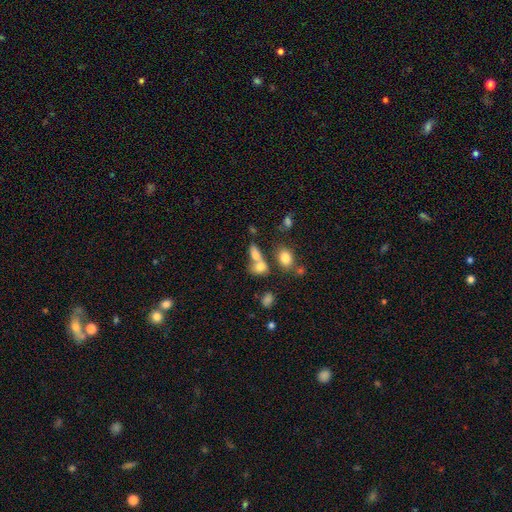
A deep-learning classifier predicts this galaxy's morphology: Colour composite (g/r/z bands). It shows a smooth galaxy with no disk features (75%) that is in between round and cigar-shaped (74%). Merging: merger (50%).